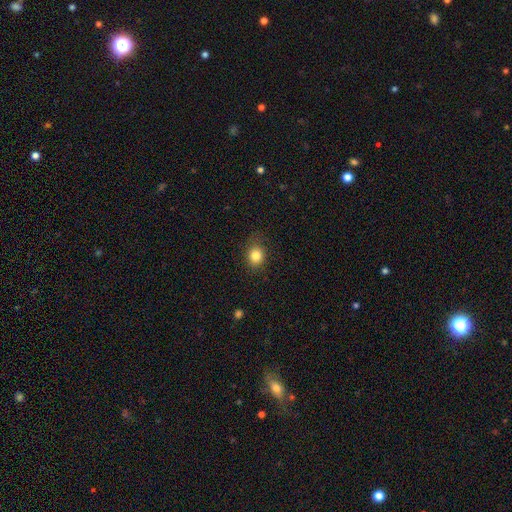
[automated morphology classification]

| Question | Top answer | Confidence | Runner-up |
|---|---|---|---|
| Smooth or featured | smooth | 82% | star or artifact (11%) |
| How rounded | round | 66% | in between (34%) |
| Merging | none | 81% | minor disturbance (14%) |